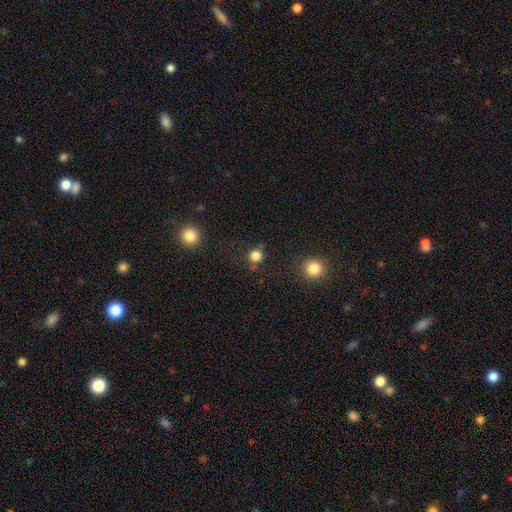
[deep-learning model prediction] Smooth or featured: smooth — 81% (star or artifact — 14%)
How rounded: round — 89% (in between — 10%)
Merging: none — 78% (minor disturbance — 12%)